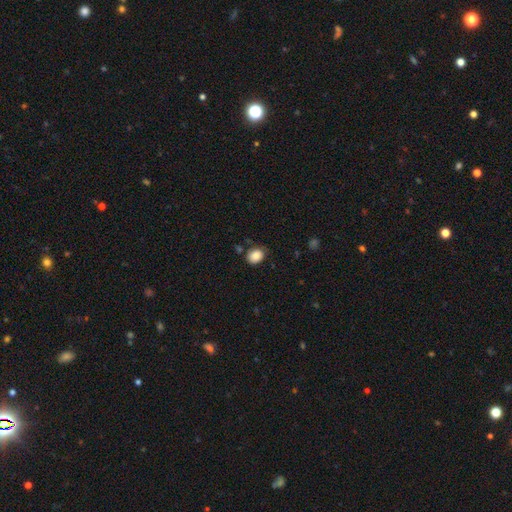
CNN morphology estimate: The model was most divided on "how rounded": in between: 55%, round: 44%, cigar-shaped: 1%. More confident: smooth or featured — smooth (86%); merging — none (78%).